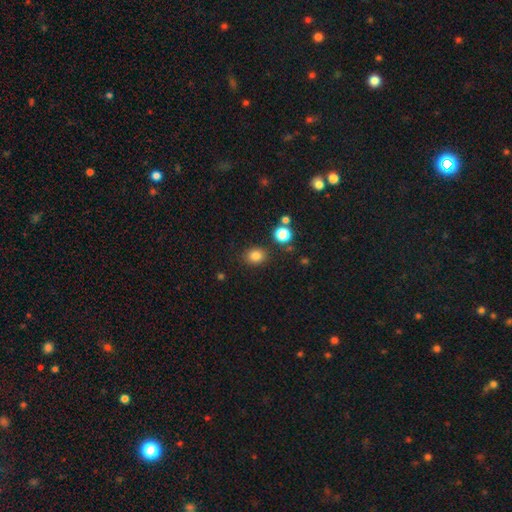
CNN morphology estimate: Smooth or featured?
  - smooth: 83% *
  - star or artifact: 13%
  - featured or disk: 5%
How rounded?
  - round: 58% *
  - in between: 41%
  - cigar-shaped: 1%
Merging?
  - none: 85% *
  - minor disturbance: 9%
  - major disturbance: 3%
  - merger: 3%